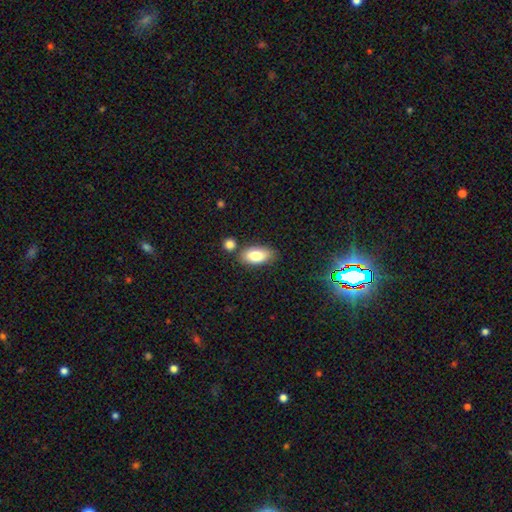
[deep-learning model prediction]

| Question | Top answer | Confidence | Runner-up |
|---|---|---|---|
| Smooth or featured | smooth | 80% | featured or disk (13%) |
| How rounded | in between | 90% | cigar-shaped (6%) |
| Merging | none | 74% | minor disturbance (13%) |